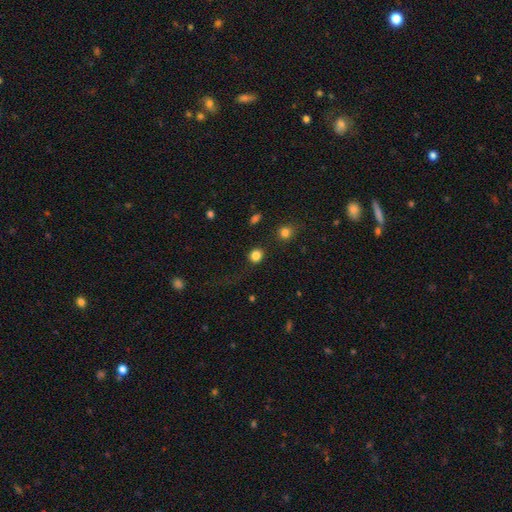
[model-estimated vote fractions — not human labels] Smooth or featured?
  - smooth: 84% *
  - star or artifact: 12%
  - featured or disk: 4%
How rounded?
  - round: 84% *
  - in between: 15%
  - cigar-shaped: 1%
Merging?
  - none: 84% *
  - minor disturbance: 9%
  - major disturbance: 4%
  - merger: 3%